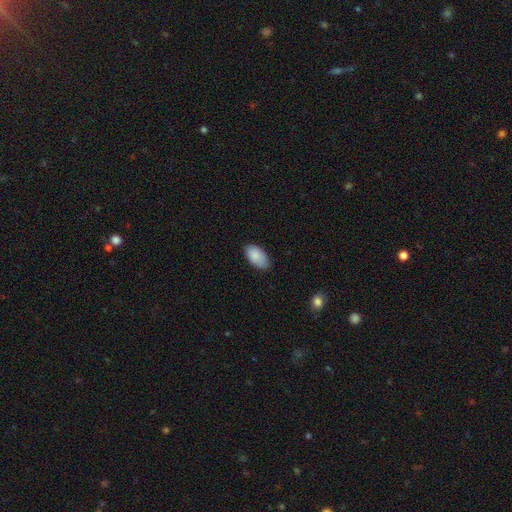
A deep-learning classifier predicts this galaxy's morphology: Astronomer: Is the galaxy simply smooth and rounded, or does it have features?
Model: smooth — 87%.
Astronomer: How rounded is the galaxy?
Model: in between — 95%.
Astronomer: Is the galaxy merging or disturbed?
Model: none — 79%.